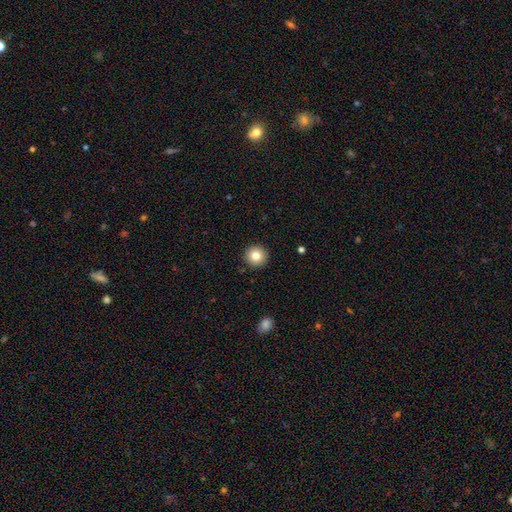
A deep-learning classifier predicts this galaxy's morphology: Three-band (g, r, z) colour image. It shows a smooth galaxy with no disk features (82%) that is round (96%). Merging: none (92%).